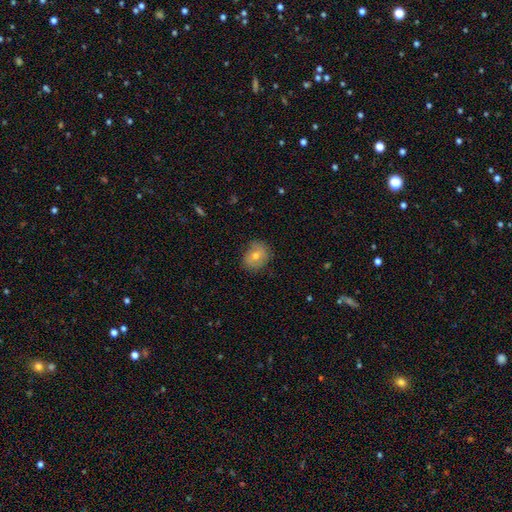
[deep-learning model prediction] smooth_or_featured: smooth (p=0.56) [alt: featured or disk p=0.31]
how_rounded: round (p=0.65) [alt: in between p=0.34]
merging: none (p=0.80) [alt: minor disturbance p=0.16]